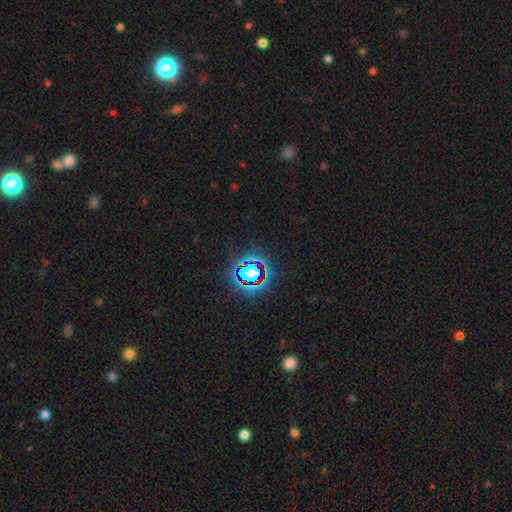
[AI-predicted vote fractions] Morphology: type=star or artifact (79%).